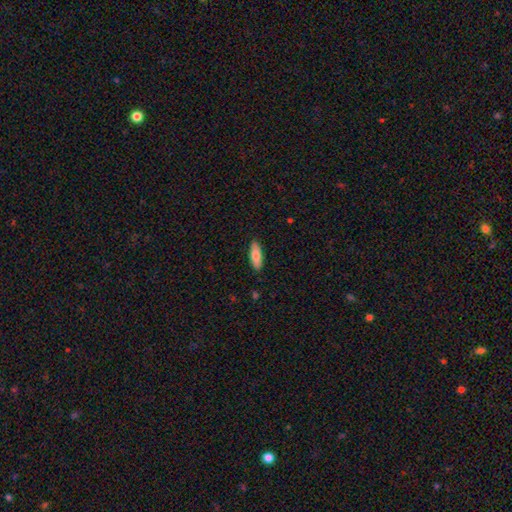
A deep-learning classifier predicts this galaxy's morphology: smooth 80%, featured or disk 14%, star or artifact 6%. Down the decision tree: how rounded — in between (58%); merging — none (88%).